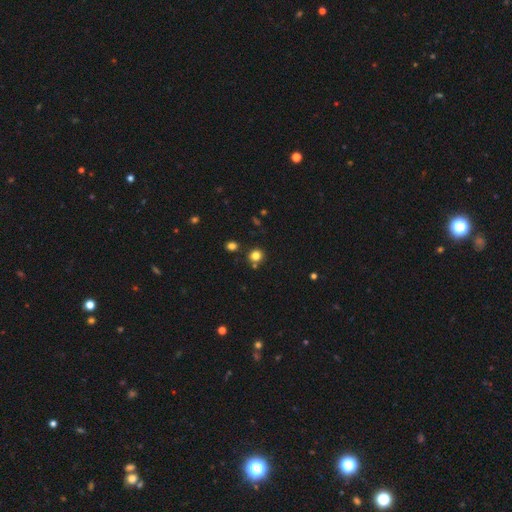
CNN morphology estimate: This is likely a smooth galaxy (80%). How rounded: clearly round (91%). Merging: clearly none (82%).